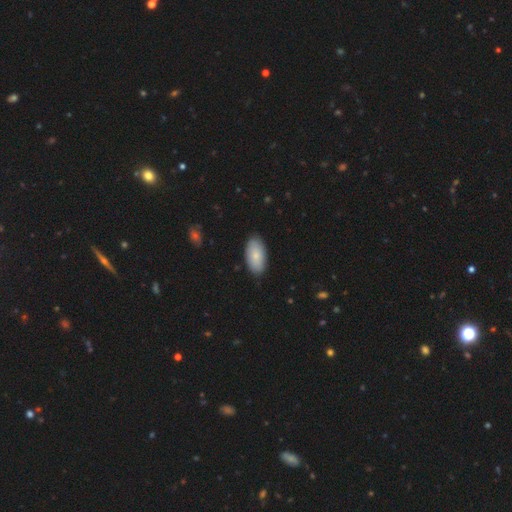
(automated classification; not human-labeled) Morphology: type=smooth (83%); roundness=in between (95%); merging=none (86%).